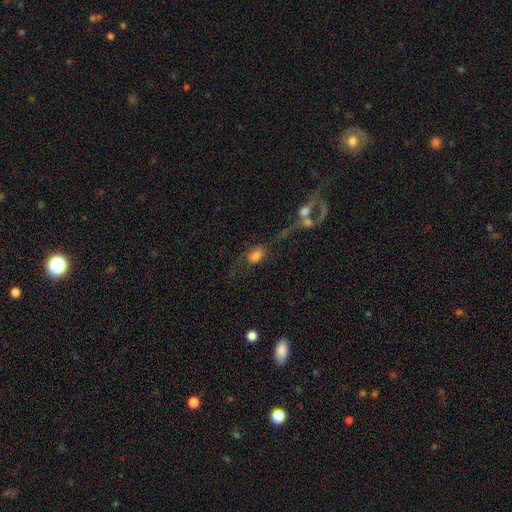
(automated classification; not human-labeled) This is possibly a smooth galaxy (58%). How rounded: likely in between (73%). Merging: marginally none (32%).